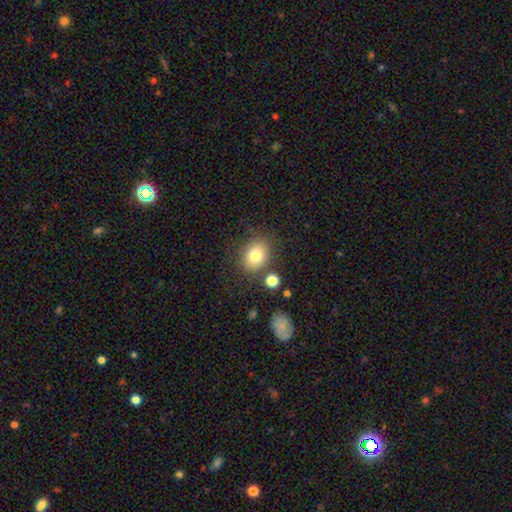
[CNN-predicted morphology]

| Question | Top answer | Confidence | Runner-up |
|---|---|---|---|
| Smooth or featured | smooth | 79% | star or artifact (11%) |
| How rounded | round | 50% | in between (49%) |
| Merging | none | 77% | minor disturbance (12%) |